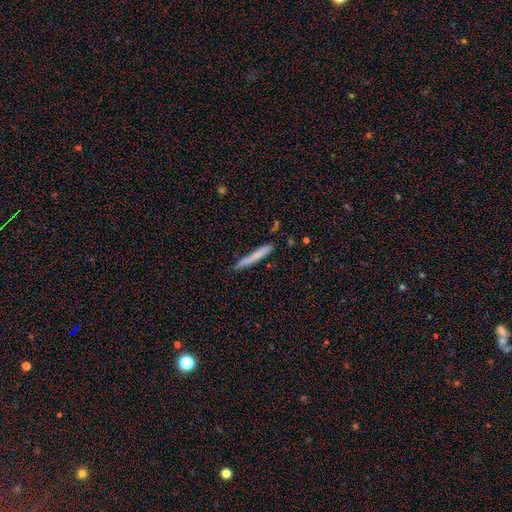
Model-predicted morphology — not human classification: This is likely a smooth galaxy (68%). How rounded: clearly cigar-shaped (96%). Merging: likely none (80%).